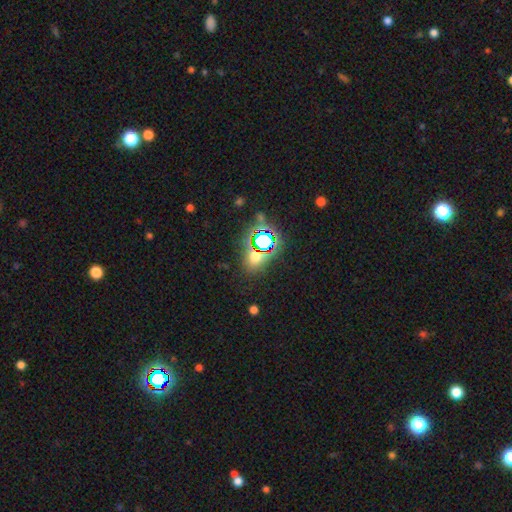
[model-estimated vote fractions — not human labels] Smooth or featured? star or artifact (50%)